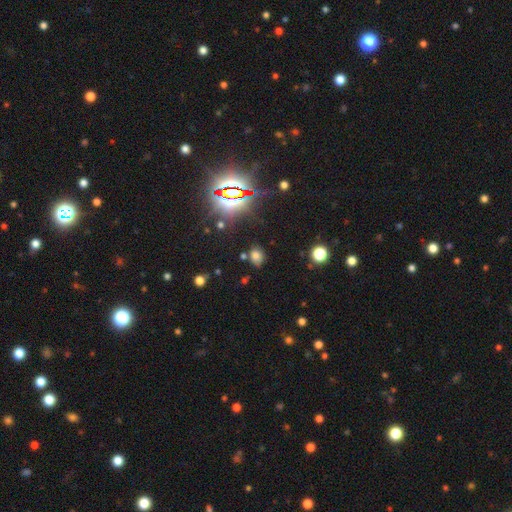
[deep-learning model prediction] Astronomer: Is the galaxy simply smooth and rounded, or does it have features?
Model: smooth — 61%.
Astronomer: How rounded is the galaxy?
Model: in between — 57% (runner-up: round, 42%).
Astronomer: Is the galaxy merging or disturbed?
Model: none — 77%.